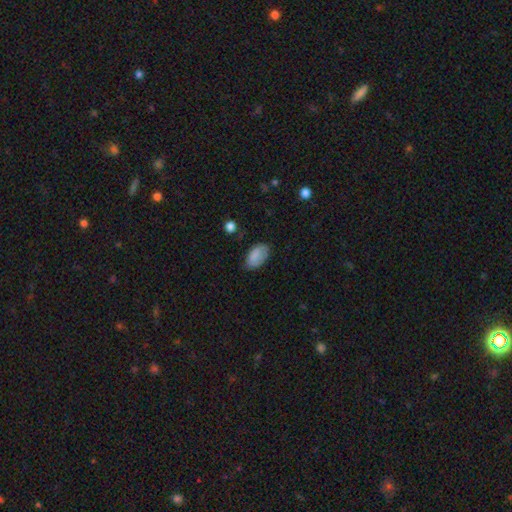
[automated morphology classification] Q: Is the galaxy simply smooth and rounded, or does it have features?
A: smooth — 84%.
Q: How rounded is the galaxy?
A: in between — 93%.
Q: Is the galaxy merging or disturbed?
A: none — 71%.